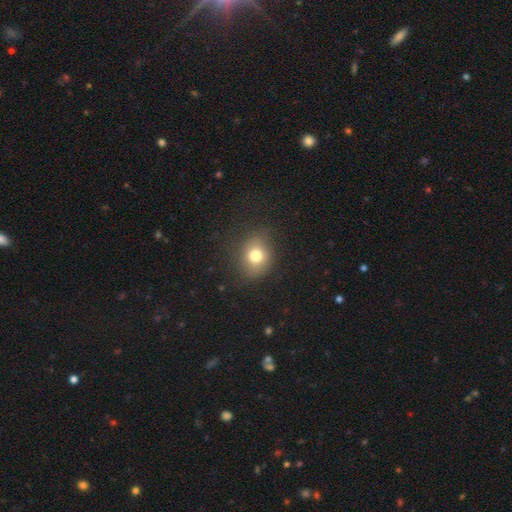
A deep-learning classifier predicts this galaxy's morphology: type=smooth (77%); roundness=round (61%); merging=none (79%).